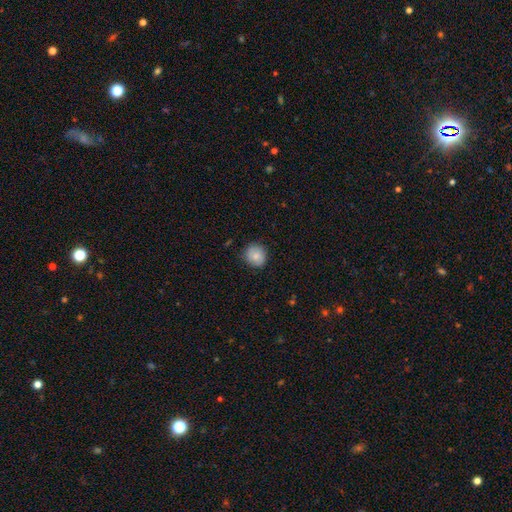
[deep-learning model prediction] Smooth or featured? smooth (81%)
How rounded? round (85%)
Merging? none (84%)